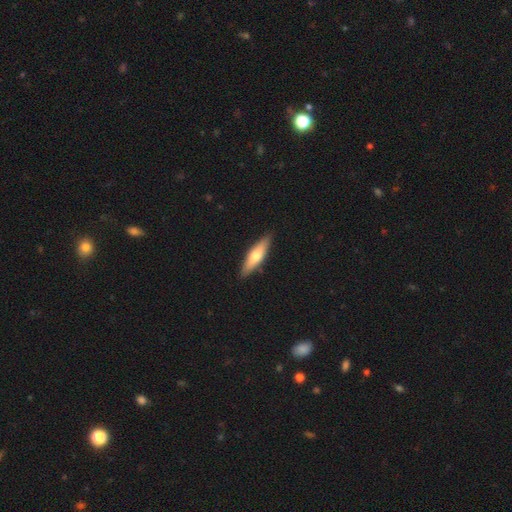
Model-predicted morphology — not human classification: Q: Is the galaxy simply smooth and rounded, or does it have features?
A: smooth — 56%.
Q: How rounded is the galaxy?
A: cigar-shaped — 63%.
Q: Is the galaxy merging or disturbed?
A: none — 88%.